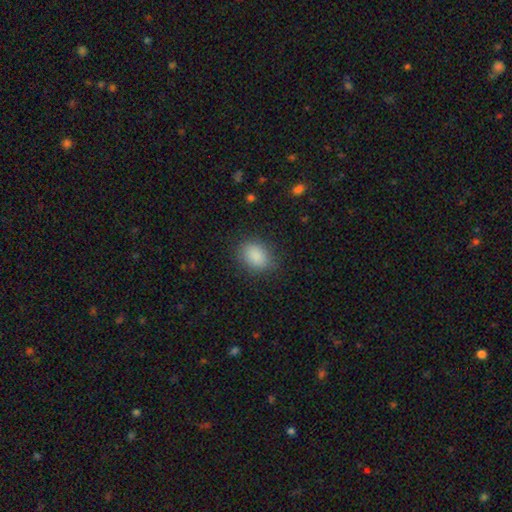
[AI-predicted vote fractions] Smooth or featured? smooth (88%)
How rounded? in between (70%)
Merging? none (81%)